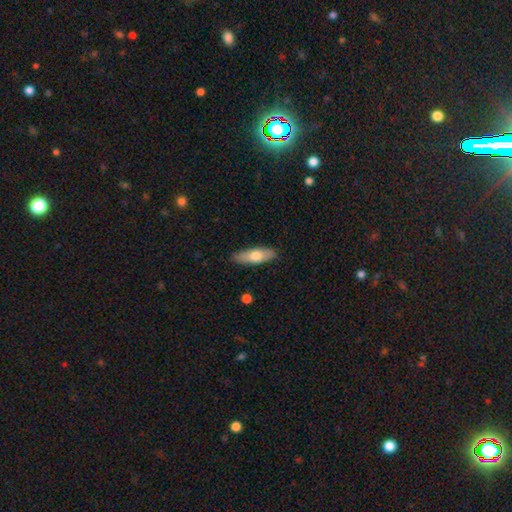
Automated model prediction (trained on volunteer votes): Overall: smooth (66%; featured or disk 28%). How rounded: in between (59%; cigar-shaped 39%). Merging: none (85%).